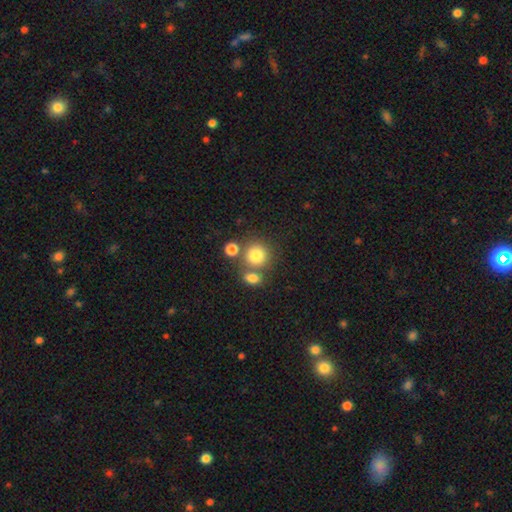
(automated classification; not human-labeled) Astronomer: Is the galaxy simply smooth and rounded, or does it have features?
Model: smooth — 80%.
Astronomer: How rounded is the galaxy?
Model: round — 86%.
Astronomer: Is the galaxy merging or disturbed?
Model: none — 60%.